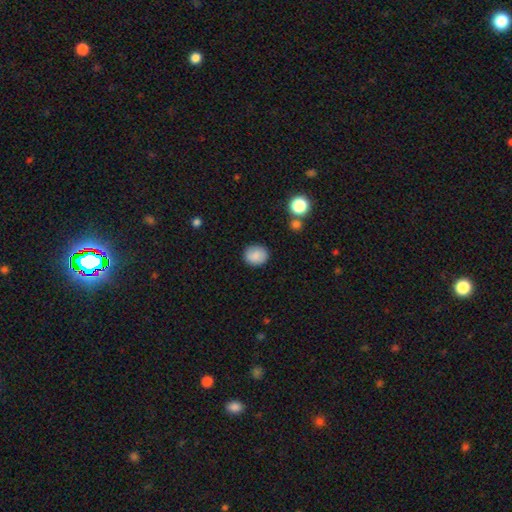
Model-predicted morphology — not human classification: The model was most divided on "how rounded": round: 77%, in between: 22%, cigar-shaped: 1%. More confident: merging — none (87%); smooth or featured — smooth (86%).